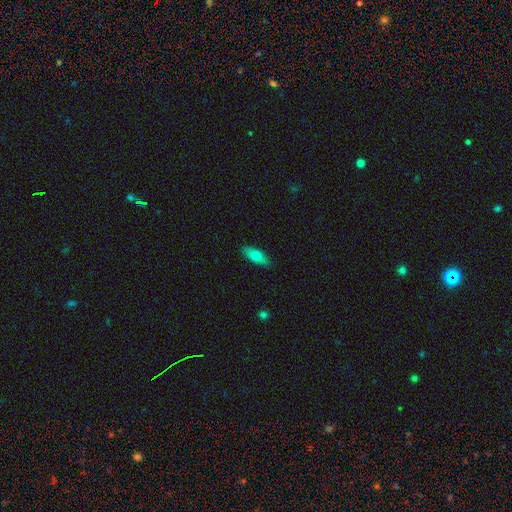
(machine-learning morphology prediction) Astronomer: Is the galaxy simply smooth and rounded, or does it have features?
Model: smooth — 71%.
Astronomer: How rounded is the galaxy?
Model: in between — 67%.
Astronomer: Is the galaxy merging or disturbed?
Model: none — 87%.